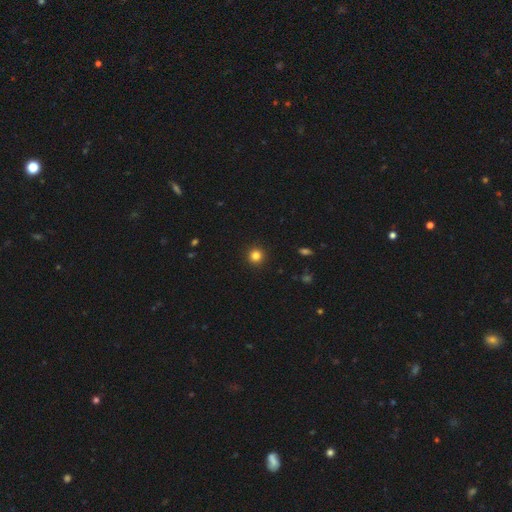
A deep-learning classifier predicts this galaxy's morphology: smooth_or_featured: smooth (p=0.83) [alt: star or artifact p=0.12]
how_rounded: round (p=0.95) [alt: in between p=0.04]
merging: none (p=0.93) [alt: minor disturbance p=0.04]